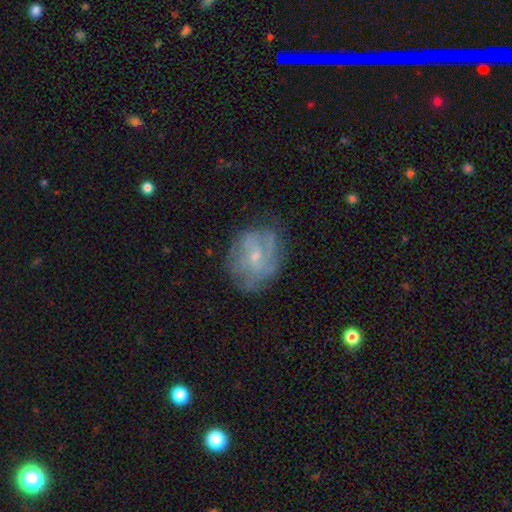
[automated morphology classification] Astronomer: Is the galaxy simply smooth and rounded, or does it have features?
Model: featured or disk — 64%.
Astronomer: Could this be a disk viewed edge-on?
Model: no — 97%.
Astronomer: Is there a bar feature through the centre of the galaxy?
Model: no — 60% (runner-up: weak, 35%).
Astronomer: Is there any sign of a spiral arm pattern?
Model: yes — 69%.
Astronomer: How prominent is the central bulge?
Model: small — 67%.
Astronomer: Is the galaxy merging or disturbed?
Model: none — 64%.